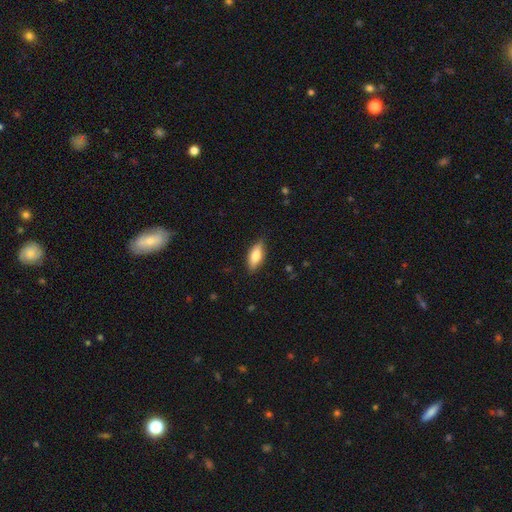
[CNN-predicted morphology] A smooth galaxy with no disk features (75%) that is in between round and cigar-shaped (78%). Merging: none (84%).